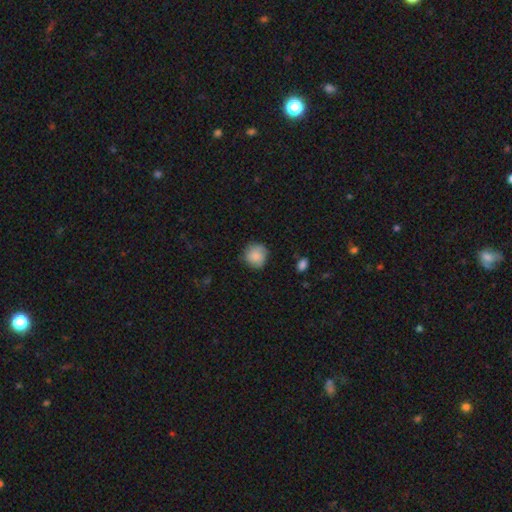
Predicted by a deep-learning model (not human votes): Q: Smooth or featured?
A: smooth (86%); runner-up: star or artifact (7%)
Q: How rounded?
A: round (89%); runner-up: in between (10%)
Q: Merging?
A: none (77%); runner-up: minor disturbance (18%)